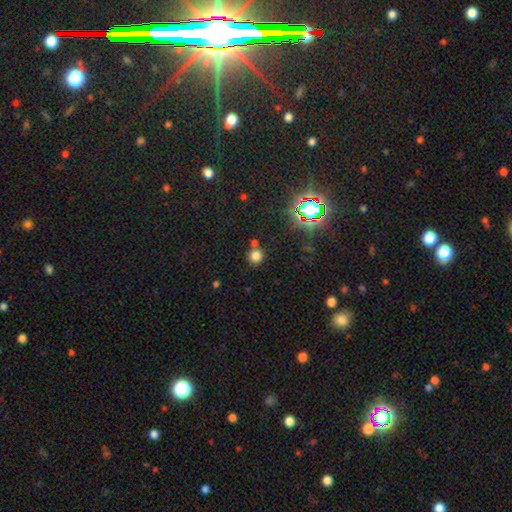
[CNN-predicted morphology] type=smooth (75%); roundness=round (91%); merging=none (71%).